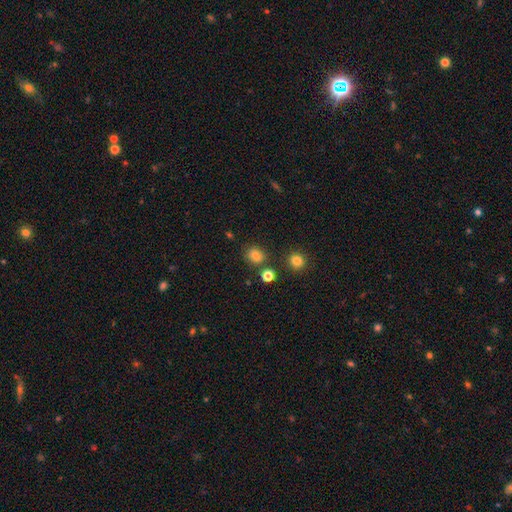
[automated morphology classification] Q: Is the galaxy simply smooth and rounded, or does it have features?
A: smooth — 80%.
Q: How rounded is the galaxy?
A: round — 63%.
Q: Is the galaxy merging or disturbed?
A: none — 75%.